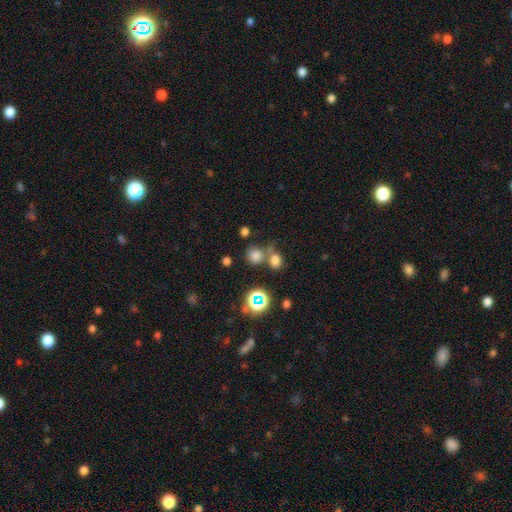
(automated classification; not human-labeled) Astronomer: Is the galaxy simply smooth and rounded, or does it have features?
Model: smooth — 72%.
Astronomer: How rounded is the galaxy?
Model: round — 79%.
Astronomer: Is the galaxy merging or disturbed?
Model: none — 55% (runner-up: merger, 31%).